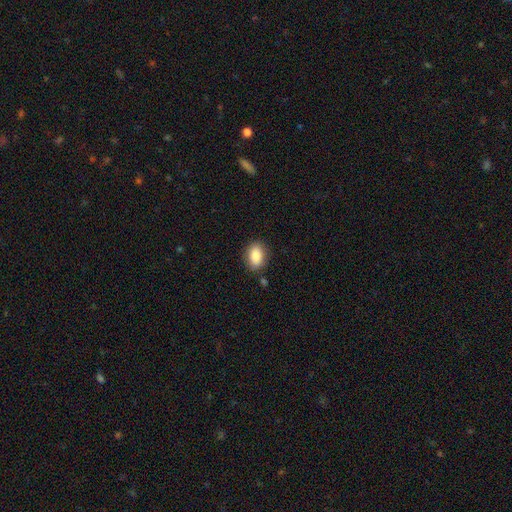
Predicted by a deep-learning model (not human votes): Overall: smooth (86%). How rounded: in between (84%). Merging: none (83%).